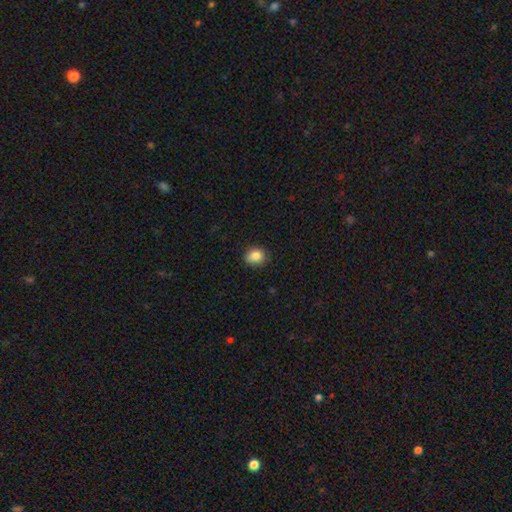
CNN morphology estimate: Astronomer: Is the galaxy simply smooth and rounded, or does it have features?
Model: smooth — 85%.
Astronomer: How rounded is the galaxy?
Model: round — 70%.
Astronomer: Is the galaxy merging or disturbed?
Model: none — 80%.